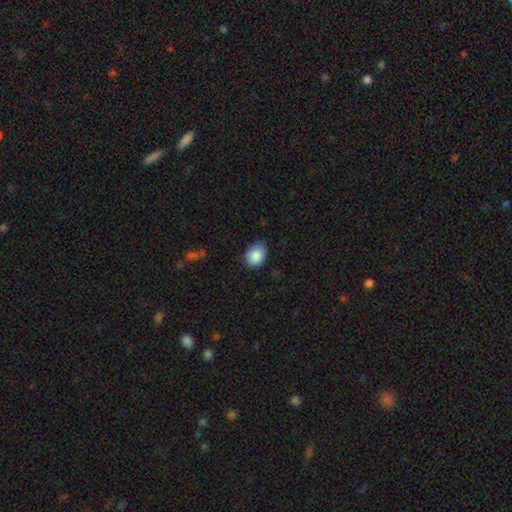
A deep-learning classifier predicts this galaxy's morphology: Smooth or featured?
  - smooth: 87% *
  - star or artifact: 8%
  - featured or disk: 5%
How rounded?
  - in between: 72% *
  - round: 27%
  - cigar-shaped: 1%
Merging?
  - none: 76% *
  - minor disturbance: 20%
  - major disturbance: 3%
  - merger: 1%